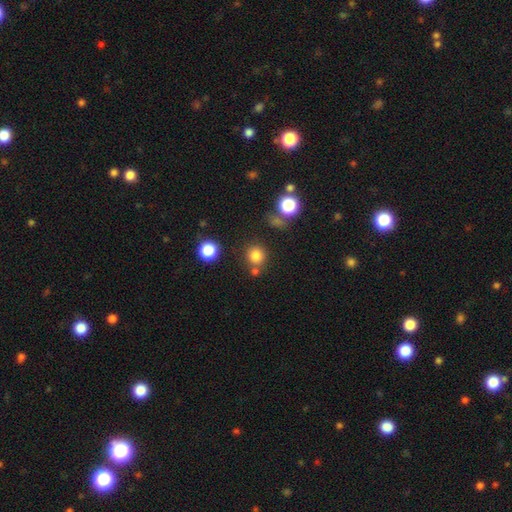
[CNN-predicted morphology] type=smooth (80%); roundness=round (91%); merging=none (75%).